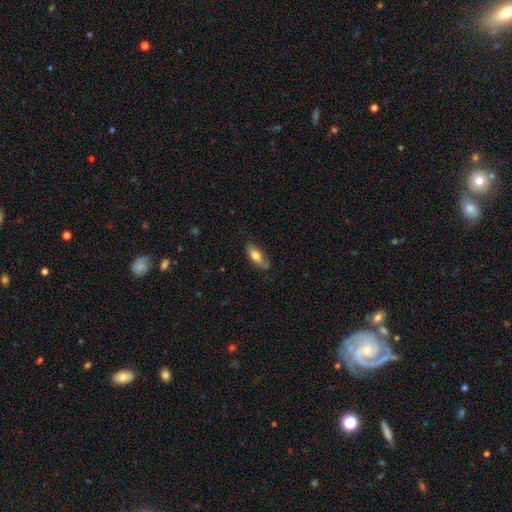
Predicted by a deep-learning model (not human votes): This appears to be a smooth galaxy with no disk features (69%) that is in between round and cigar-shaped (71%). Merging: none (70%).